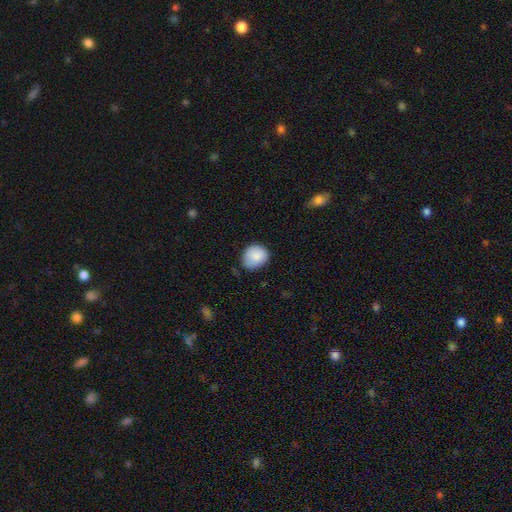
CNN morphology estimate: smooth_or_featured: smooth (p=0.87) [alt: star or artifact p=0.08]
how_rounded: round (p=0.72) [alt: in between p=0.27]
merging: none (p=0.69) [alt: minor disturbance p=0.25]